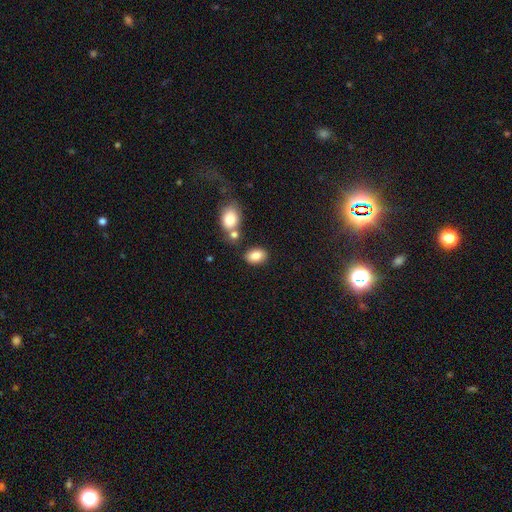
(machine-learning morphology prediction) Q: Smooth or featured?
A: smooth (84%); runner-up: star or artifact (8%)
Q: How rounded?
A: in between (84%); runner-up: round (14%)
Q: Merging?
A: none (75%); runner-up: minor disturbance (11%)